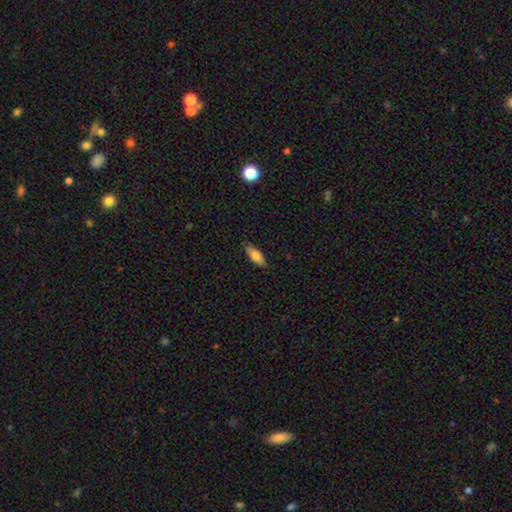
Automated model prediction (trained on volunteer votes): Smooth or featured? smooth (73%)
How rounded? in between (66%)
Merging? none (85%)